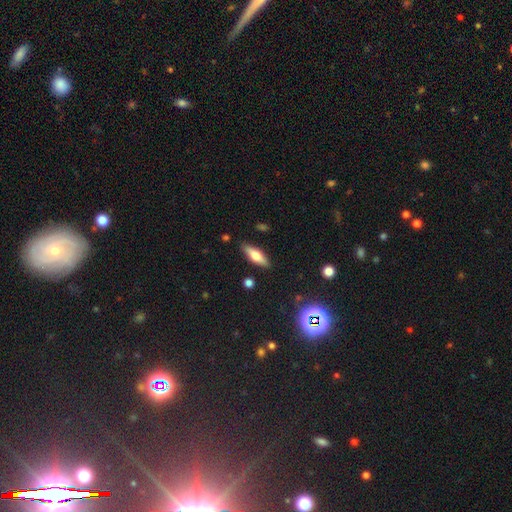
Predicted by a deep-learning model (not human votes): Morphology: type=smooth (56%); roundness=cigar-shaped (49%); merging=none (87%).